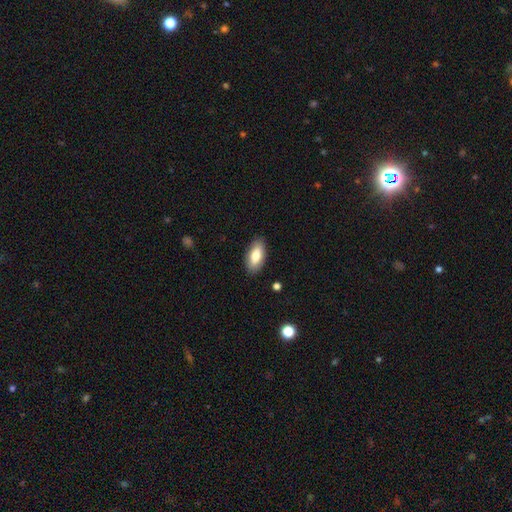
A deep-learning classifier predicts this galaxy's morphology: Smooth or featured: smooth — 80% (featured or disk — 13%)
How rounded: in between — 90% (cigar-shaped — 7%)
Merging: none — 87% (minor disturbance — 9%)